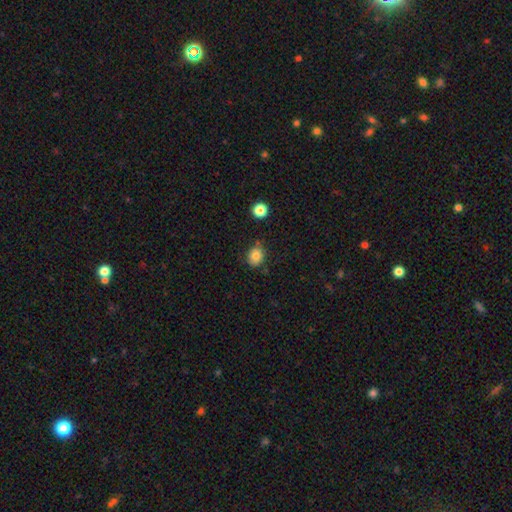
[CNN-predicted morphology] This appears to be a smooth galaxy with no disk features (82%) that is round (59%). Merging: none (75%).